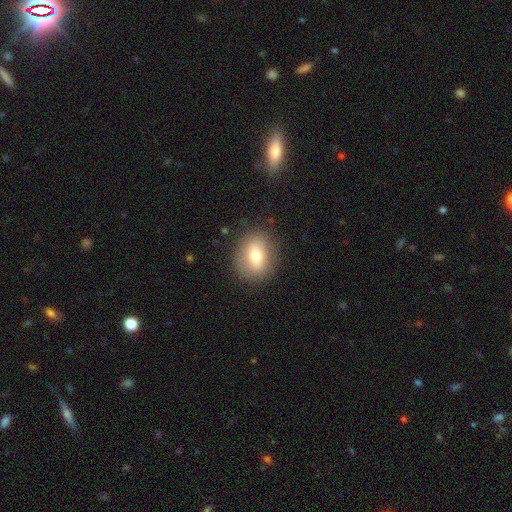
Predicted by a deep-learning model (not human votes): Smooth or featured? smooth (67%)
How rounded? in between (50%)
Merging? none (84%)